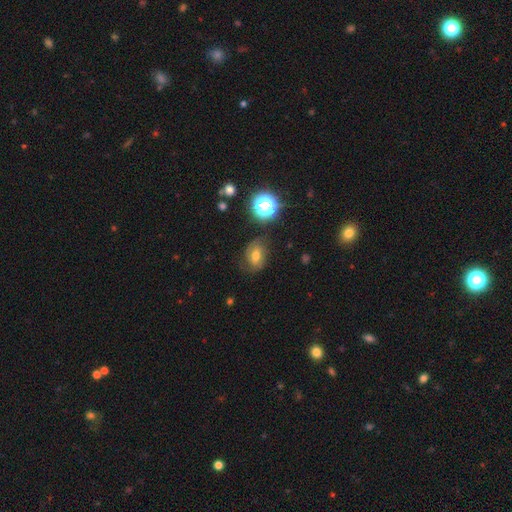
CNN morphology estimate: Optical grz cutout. It shows a smooth galaxy with no disk features (46%). Merging: none (67%).